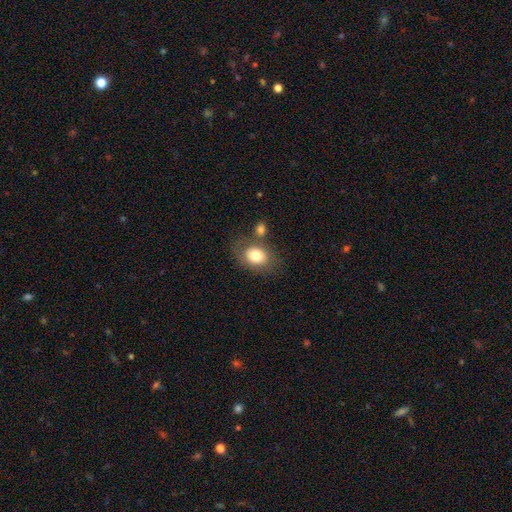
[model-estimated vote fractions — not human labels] smooth_or_featured: smooth (p=0.76) [alt: featured or disk p=0.15]
how_rounded: in between (p=0.66) [alt: round p=0.33]
merging: none (p=0.60) [alt: merger p=0.18]